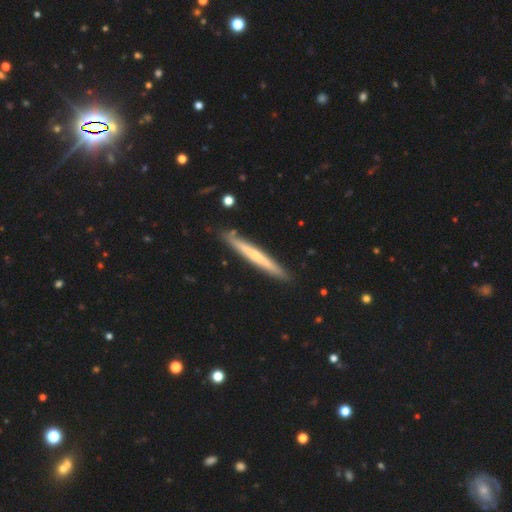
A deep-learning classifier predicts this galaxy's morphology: Smooth or featured: featured or disk — 52% (smooth — 43%)
Edge-on disk: yes — 95% (no — 5%)
Merging: none — 88% (minor disturbance — 9%)